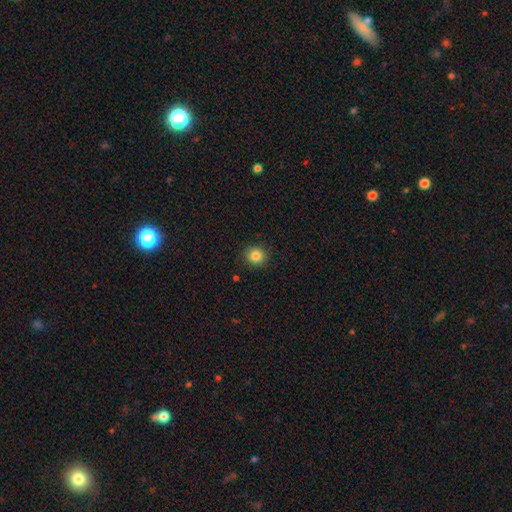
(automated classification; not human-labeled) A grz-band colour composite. It shows a smooth galaxy with no disk features (85%) that is round (88%). Merging: none (89%).